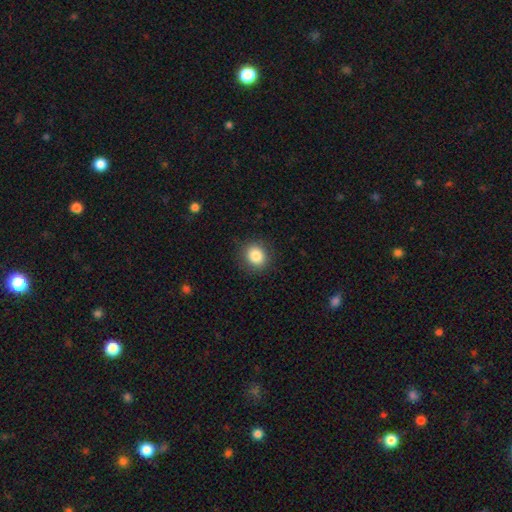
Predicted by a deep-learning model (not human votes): smooth-or-featured: smooth: 85% | star or artifact: 10% | featured or disk: 5%
  how-rounded: round: 79% | in between: 21% | cigar-shaped: 1%
  merging: none: 89% | minor disturbance: 8% | major disturbance: 3% | merger: 1%